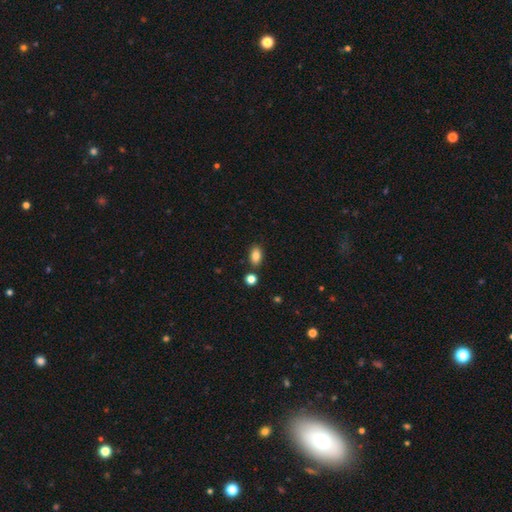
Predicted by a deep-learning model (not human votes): Smooth or featured? Predicted: smooth (p=0.85). How rounded? Predicted: in between (p=0.88). Merging? Predicted: none (p=0.81).